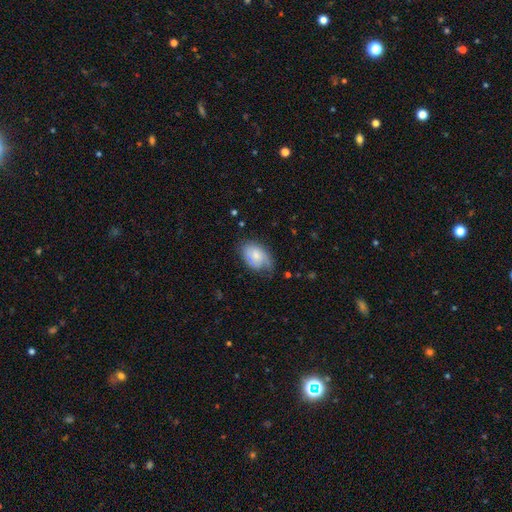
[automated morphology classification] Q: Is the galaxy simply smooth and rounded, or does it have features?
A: smooth — 49%.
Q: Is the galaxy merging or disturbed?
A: none — 55%.